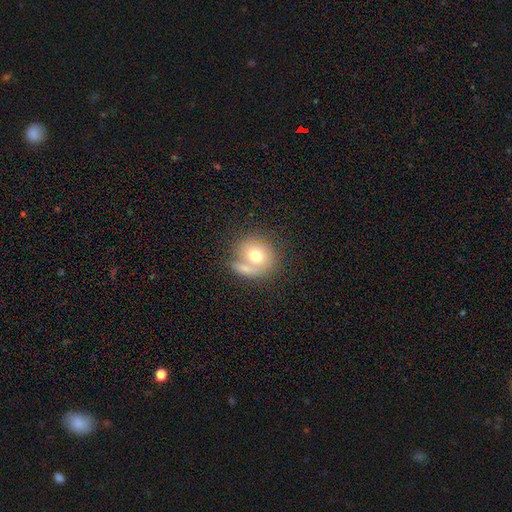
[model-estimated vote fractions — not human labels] smooth_or_featured: smooth (p=0.68) [alt: featured or disk p=0.23]
how_rounded: round (p=0.82) [alt: in between p=0.17]
merging: none (p=0.42) [alt: merger p=0.38]